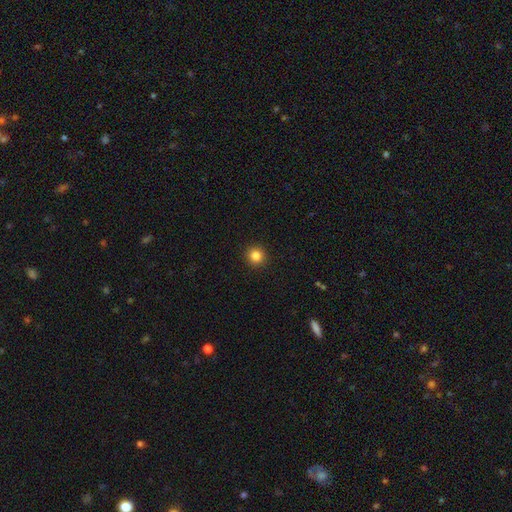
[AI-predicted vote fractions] A smooth galaxy with no disk features (84%) that is round (92%). Merging: none (93%).